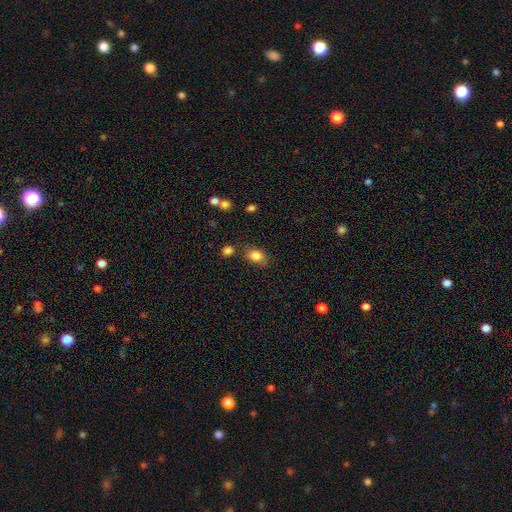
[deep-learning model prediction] Smooth or featured: smooth — 84% (star or artifact — 9%)
How rounded: in between — 77% (round — 22%)
Merging: none — 71% (minor disturbance — 18%)